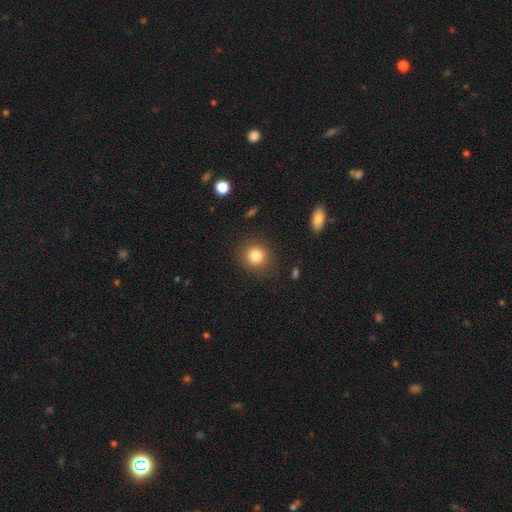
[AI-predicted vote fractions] Q: Smooth or featured?
A: smooth (83%); runner-up: star or artifact (11%)
Q: How rounded?
A: round (87%); runner-up: in between (12%)
Q: Merging?
A: none (86%); runner-up: minor disturbance (9%)